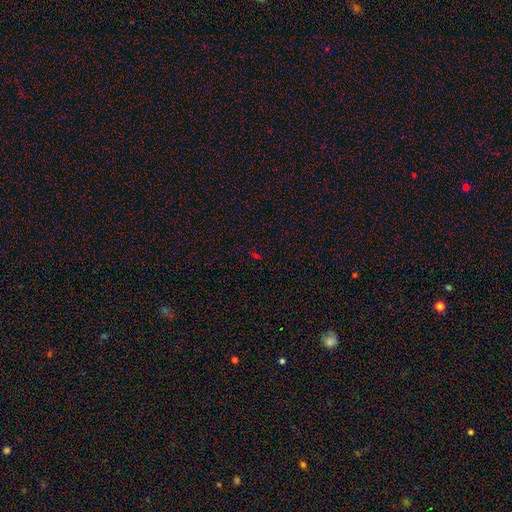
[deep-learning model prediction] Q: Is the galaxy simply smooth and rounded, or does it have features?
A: star or artifact — 63%.